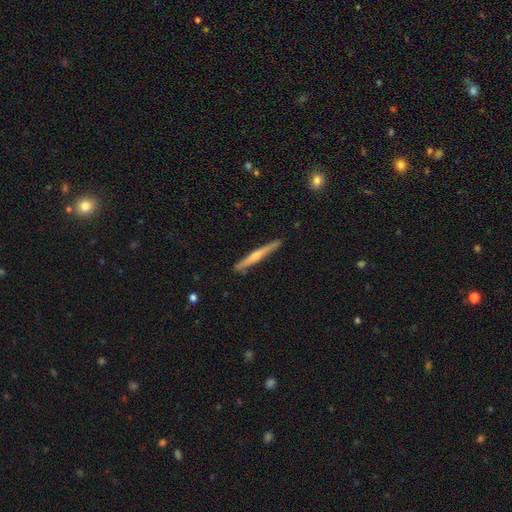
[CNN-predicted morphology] Overall: featured or disk (65%; smooth 28%). Edge-on disk: yes (96%). Edge-on bulge: rounded (78%). Merging: none (88%).